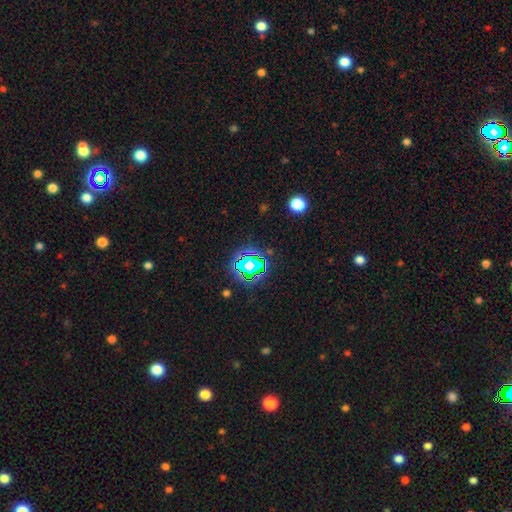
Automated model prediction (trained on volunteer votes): A star or artifact, not a galaxy (77%).